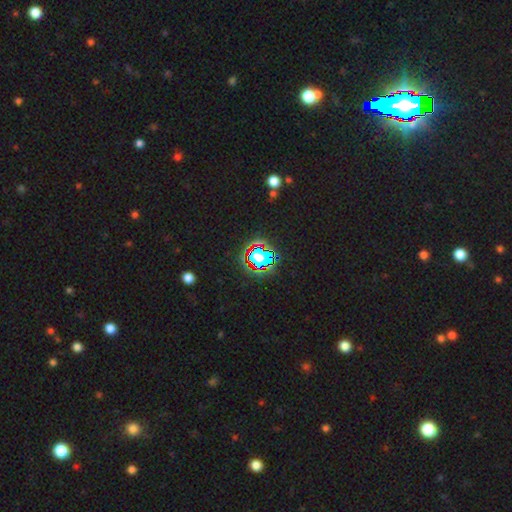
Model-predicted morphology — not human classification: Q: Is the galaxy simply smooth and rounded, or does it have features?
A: star or artifact — 66%.